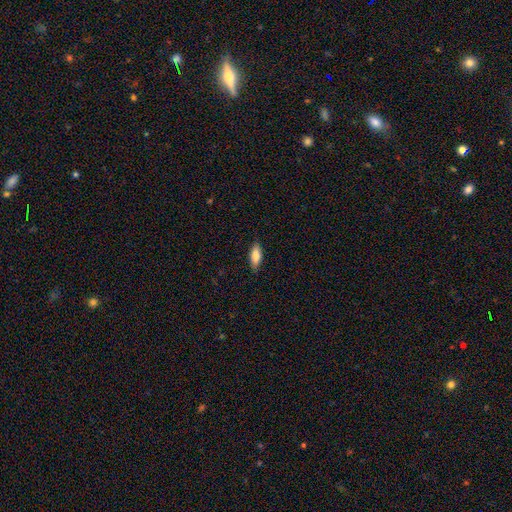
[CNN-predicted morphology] This appears to be a smooth galaxy with no disk features (80%) that is in between round and cigar-shaped (66%). Merging: none (87%).